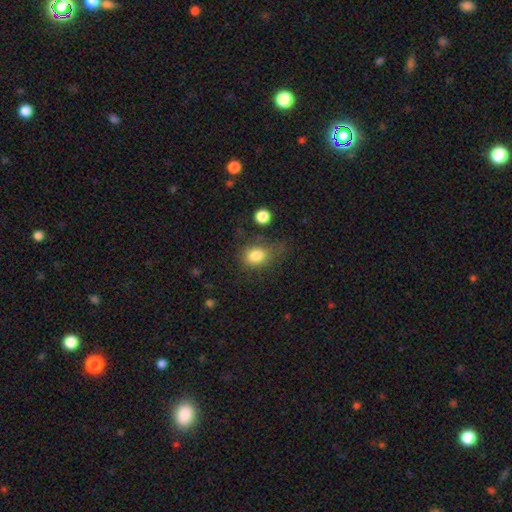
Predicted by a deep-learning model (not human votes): A smooth galaxy with no disk features (82%) that is in between round and cigar-shaped (50%).

Vote fractions:
- Smooth or featured? smooth: 82% / star or artifact: 10% / featured or disk: 8%
- How rounded? in between: 50% / round: 49% / cigar-shaped: 1%
- Merging? none: 56% / minor disturbance: 25% / major disturbance: 14% / merger: 5%